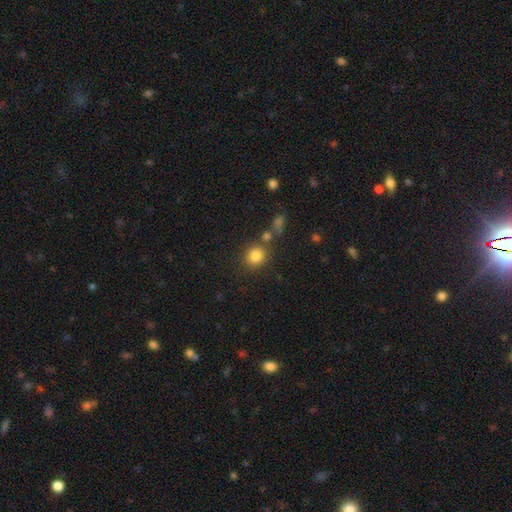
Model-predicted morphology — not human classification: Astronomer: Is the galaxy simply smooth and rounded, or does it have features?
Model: smooth — 84%.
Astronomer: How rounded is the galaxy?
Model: round — 83%.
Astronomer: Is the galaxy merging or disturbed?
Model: none — 71%.